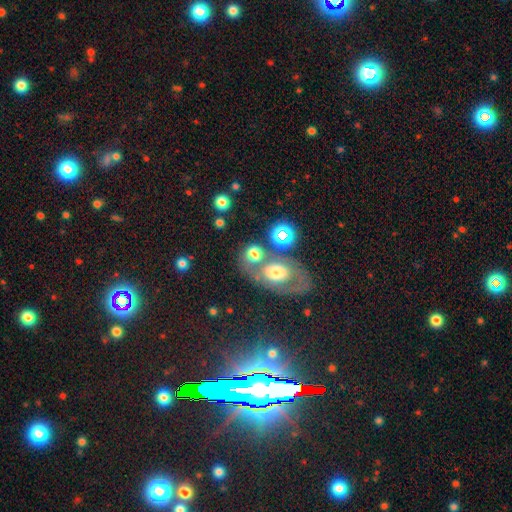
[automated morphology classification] smooth_or_featured: star or artifact (p=0.53) [alt: featured or disk p=0.24]